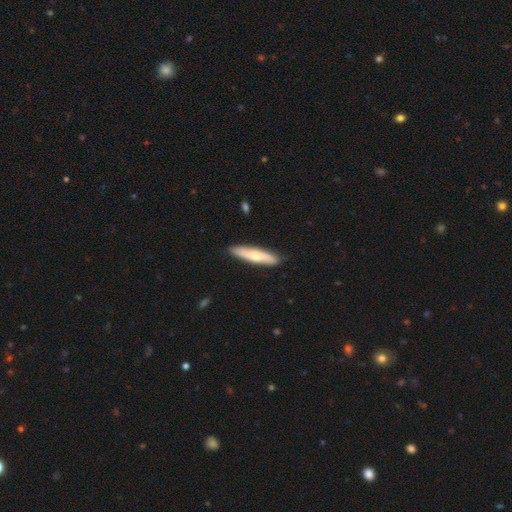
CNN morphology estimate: Q: Smooth or featured?
A: smooth (62%); runner-up: featured or disk (33%)
Q: How rounded?
A: cigar-shaped (82%); runner-up: in between (16%)
Q: Merging?
A: none (87%); runner-up: minor disturbance (10%)